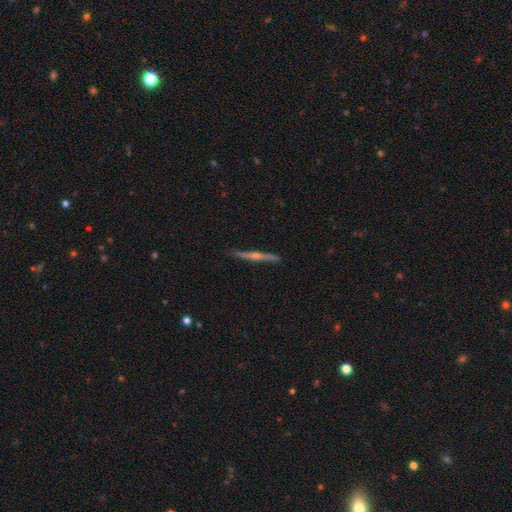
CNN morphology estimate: Smooth or featured? Predicted: featured or disk (p=0.66). Edge-on disk? Predicted: yes (p=0.94). Edge-on bulge? Predicted: rounded (p=0.72). Merging? Predicted: none (p=0.86).